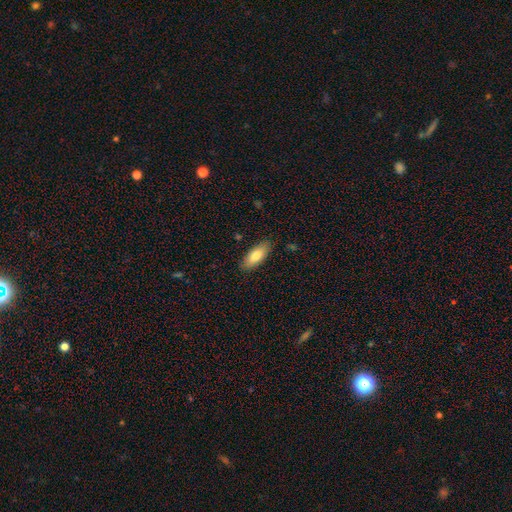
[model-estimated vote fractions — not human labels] A smooth galaxy with no disk features (77%) that is in between round and cigar-shaped (77%).

Vote fractions:
- Smooth or featured? smooth: 77% / featured or disk: 17% / star or artifact: 6%
- How rounded? in between: 77% / cigar-shaped: 21% / round: 2%
- Merging? none: 87% / minor disturbance: 10% / major disturbance: 2% / merger: 1%